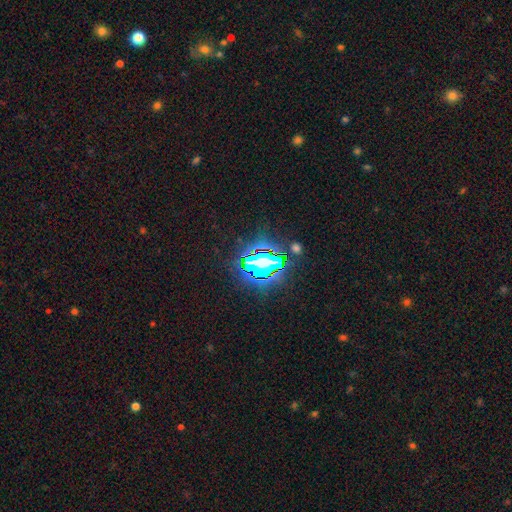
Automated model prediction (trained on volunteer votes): Q: Smooth or featured?
A: star or artifact (81%); runner-up: smooth (11%)